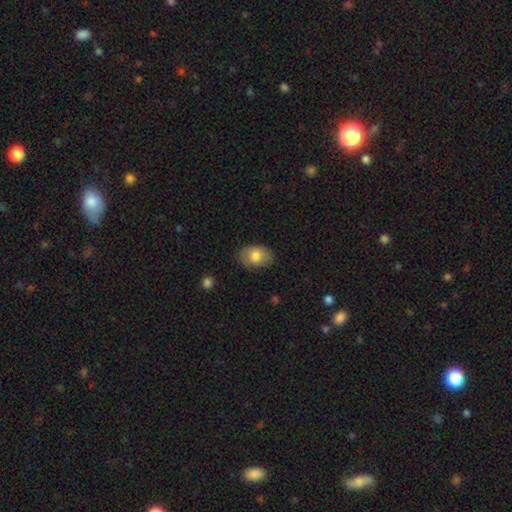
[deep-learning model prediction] Smooth or featured? smooth (78%)
How rounded? in between (83%)
Merging? none (83%)